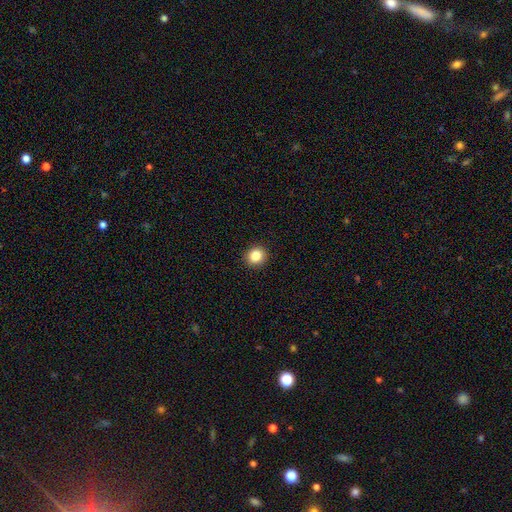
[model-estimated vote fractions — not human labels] Overall: smooth (85%). How rounded: round (83%). Merging: none (92%).